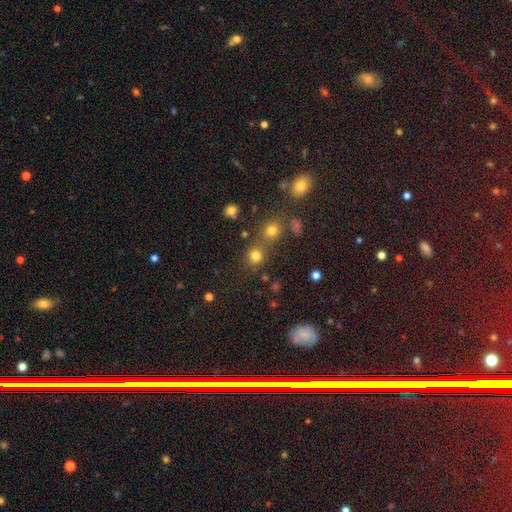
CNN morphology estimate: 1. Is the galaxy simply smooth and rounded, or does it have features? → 75% smooth, 18% star or artifact, 7% featured or disk.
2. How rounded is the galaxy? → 83% round, 15% in between, 1% cigar-shaped.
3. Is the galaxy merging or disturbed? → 61% none, 25% merger, 9% minor disturbance, 5% major disturbance.